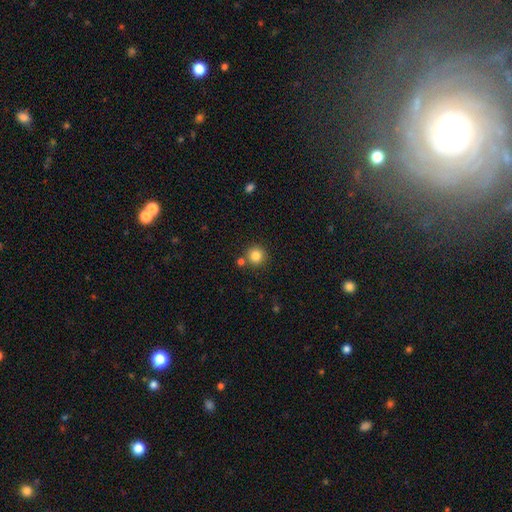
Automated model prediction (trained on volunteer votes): Smooth or featured: smooth — 83% (star or artifact — 11%)
How rounded: round — 94% (in between — 5%)
Merging: none — 78% (merger — 12%)